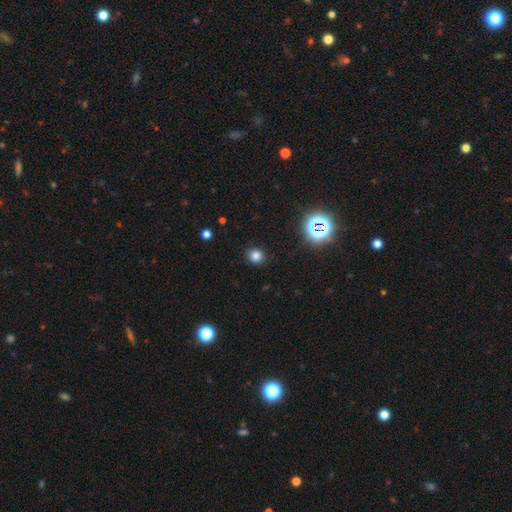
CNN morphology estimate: A smooth galaxy with no disk features (78%) that is round (80%). Merging: none (88%).